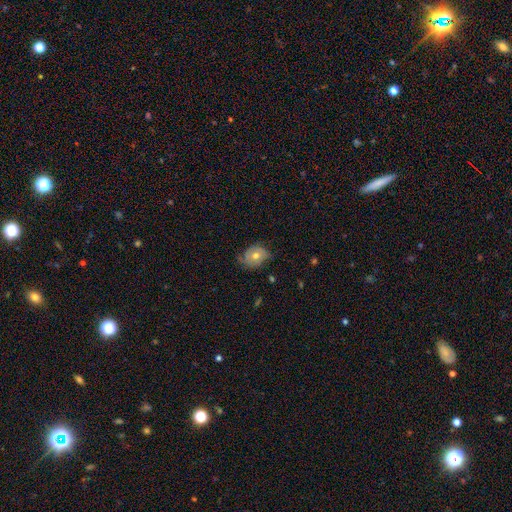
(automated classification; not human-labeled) Smooth or featured? Predicted: smooth (p=0.55). How rounded? Predicted: round (p=0.49, tied with in between). Merging? Predicted: none (p=0.54).